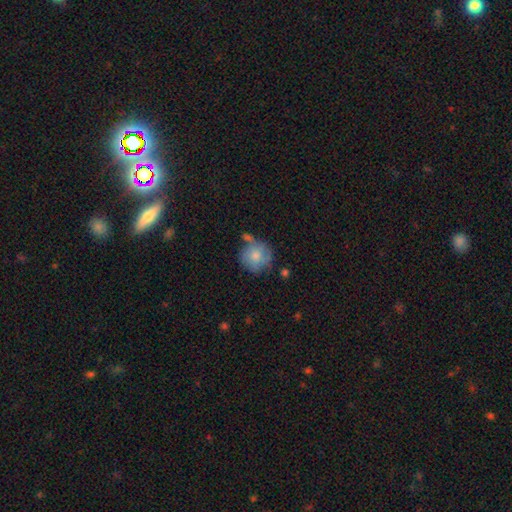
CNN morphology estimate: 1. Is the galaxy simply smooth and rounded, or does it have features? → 73% smooth, 20% featured or disk, 7% star or artifact.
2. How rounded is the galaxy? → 90% round, 9% in between, 1% cigar-shaped.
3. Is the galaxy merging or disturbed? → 56% none, 22% minor disturbance, 14% merger, 8% major disturbance.